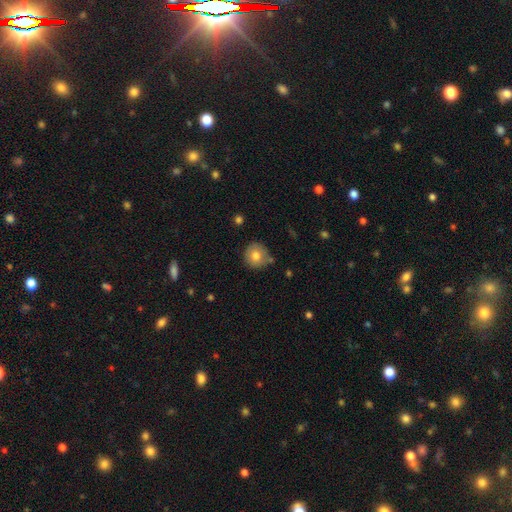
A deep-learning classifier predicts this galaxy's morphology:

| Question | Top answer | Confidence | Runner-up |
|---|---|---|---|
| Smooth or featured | smooth | 77% | featured or disk (13%) |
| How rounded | round | 92% | in between (7%) |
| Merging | none | 75% | minor disturbance (16%) |